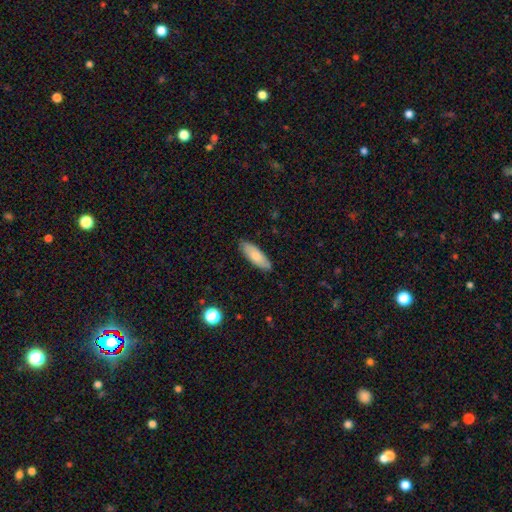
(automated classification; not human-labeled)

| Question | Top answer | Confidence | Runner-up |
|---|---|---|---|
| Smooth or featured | smooth | 76% | featured or disk (18%) |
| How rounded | in between | 64% | cigar-shaped (35%) |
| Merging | none | 85% | minor disturbance (12%) |